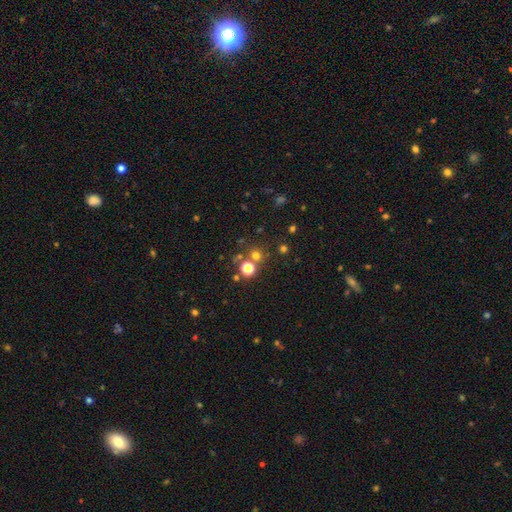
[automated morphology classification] Q: Smooth or featured?
A: smooth (64%); runner-up: star or artifact (28%)
Q: How rounded?
A: round (91%); runner-up: in between (8%)
Q: Merging?
A: none (74%); runner-up: merger (16%)